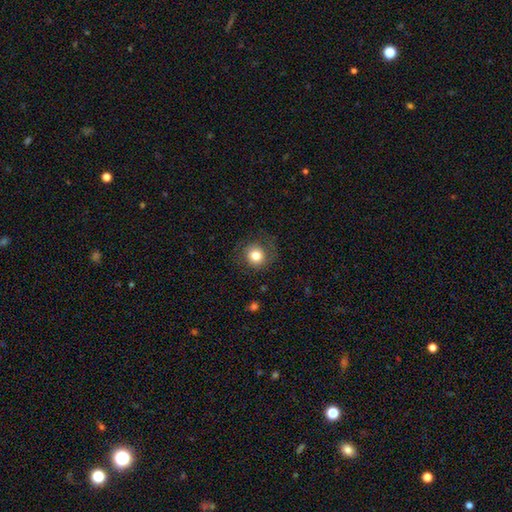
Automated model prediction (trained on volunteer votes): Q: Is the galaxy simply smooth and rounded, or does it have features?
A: smooth — 78%.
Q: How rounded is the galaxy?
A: round — 89%.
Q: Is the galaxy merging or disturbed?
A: none — 76%.